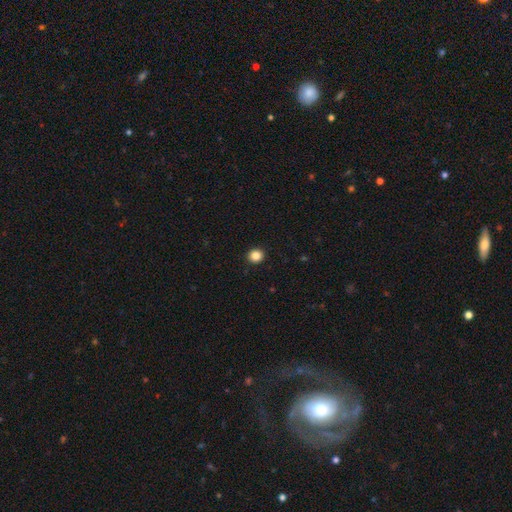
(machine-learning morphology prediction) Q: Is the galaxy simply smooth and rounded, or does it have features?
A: smooth — 86%.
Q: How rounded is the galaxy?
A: round — 87%.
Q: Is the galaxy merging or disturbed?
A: none — 93%.